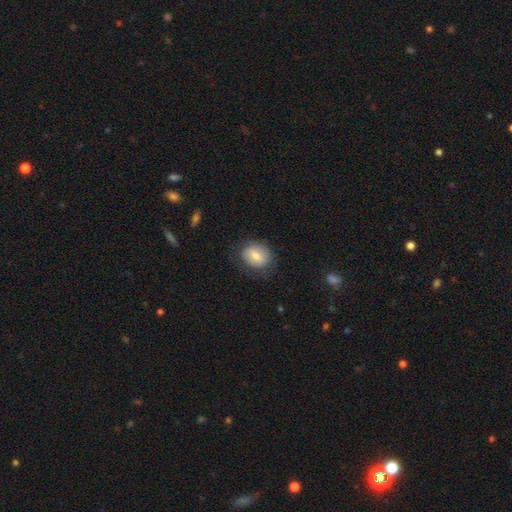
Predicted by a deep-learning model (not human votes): smooth 72%, featured or disk 20%, star or artifact 8%. Down the decision tree: how rounded — round (53%); merging — none (75%).